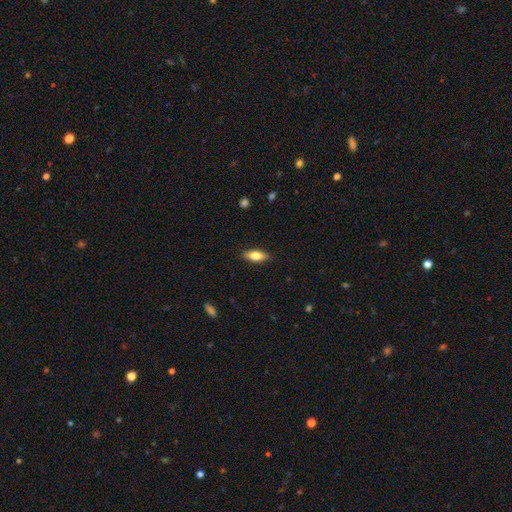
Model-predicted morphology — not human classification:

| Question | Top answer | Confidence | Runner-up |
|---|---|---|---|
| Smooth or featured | smooth | 80% | featured or disk (14%) |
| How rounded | in between | 81% | cigar-shaped (17%) |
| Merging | none | 88% | minor disturbance (9%) |